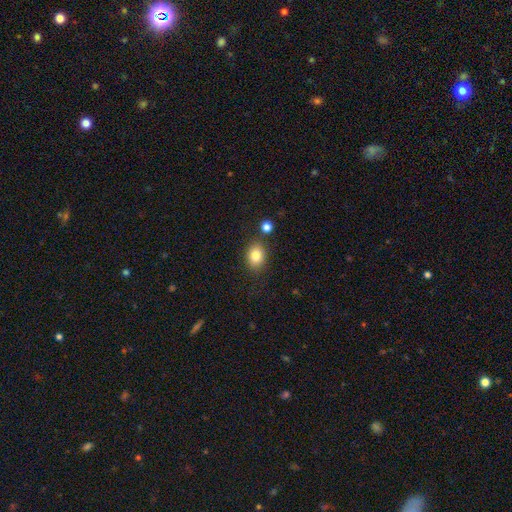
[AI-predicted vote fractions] smooth 82%, star or artifact 10%, featured or disk 9%. Down the decision tree: how rounded — in between (59%); merging — none (80%).